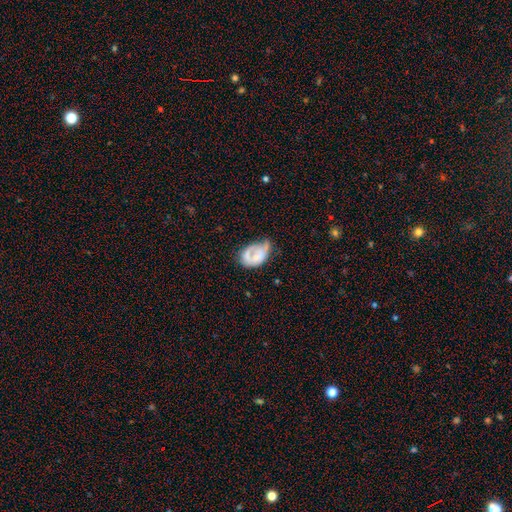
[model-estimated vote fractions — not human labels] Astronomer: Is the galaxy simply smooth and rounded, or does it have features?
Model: featured or disk — 48% (runner-up: smooth, 45%).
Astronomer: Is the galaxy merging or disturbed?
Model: minor disturbance — 36% (runner-up: major disturbance, 29%).